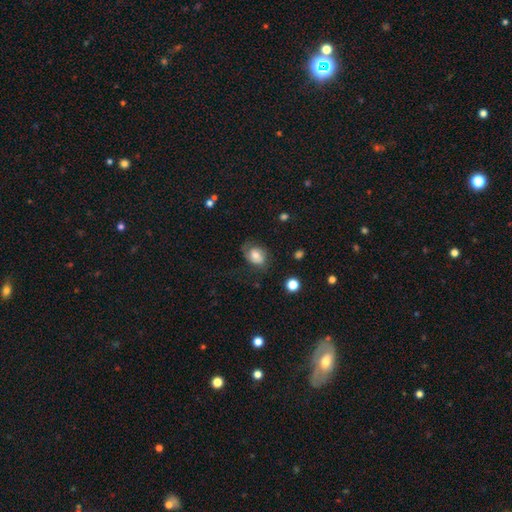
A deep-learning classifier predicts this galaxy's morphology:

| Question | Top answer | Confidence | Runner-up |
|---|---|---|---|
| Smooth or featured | smooth | 65% | featured or disk (25%) |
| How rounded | in between | 65% | round (34%) |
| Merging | none | 51% | minor disturbance (29%) |